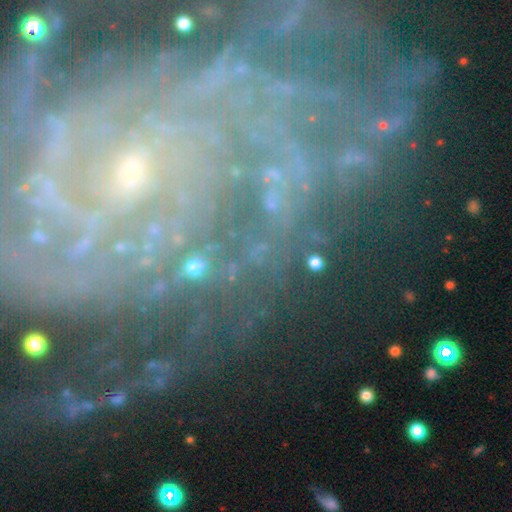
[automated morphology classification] A star or artifact, not a galaxy (42%, tied with featured or disk).